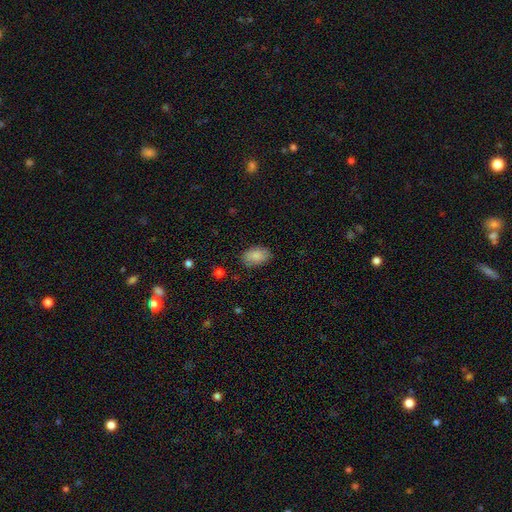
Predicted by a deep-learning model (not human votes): Overall: smooth (86%). How rounded: in between (89%). Merging: none (81%).